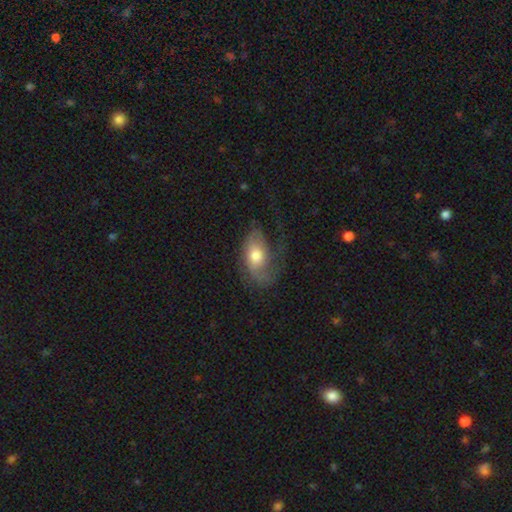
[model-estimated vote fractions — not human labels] Smooth or featured? featured or disk (46%, tied with smooth)
Merging? none (40%)